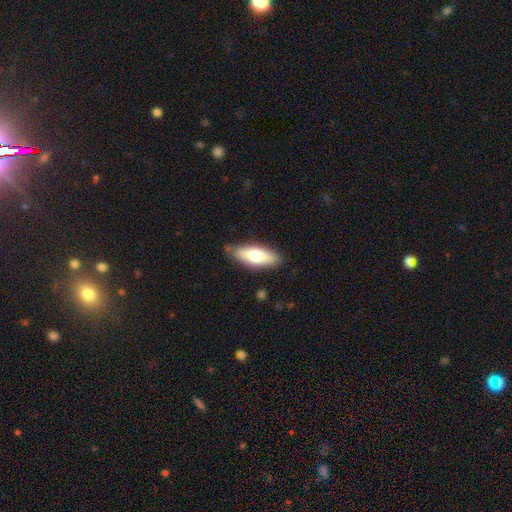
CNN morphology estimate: A smooth galaxy with no disk features (71%) that is in between round and cigar-shaped (64%). Merging: none (82%).